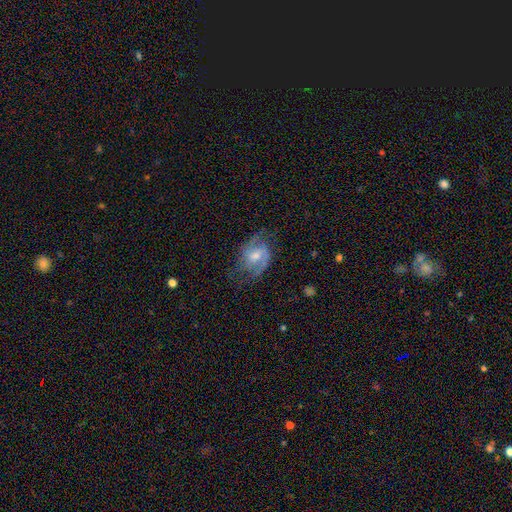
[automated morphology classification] A featured or disk galaxy (80%) with a weak bar (48%), 2 (79%) medium (50%) spiral arms (94%) and a moderate central bulge (58%). Merging: none (67%).